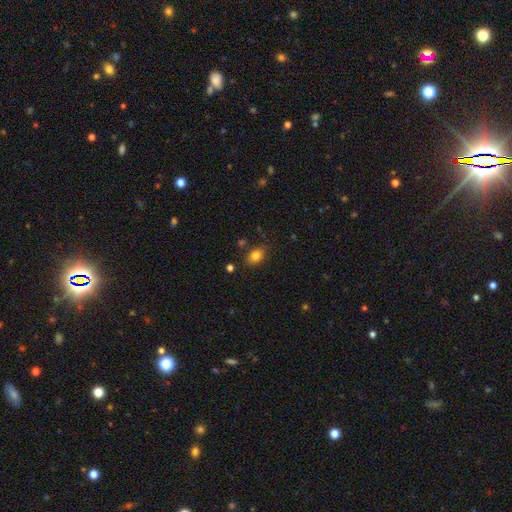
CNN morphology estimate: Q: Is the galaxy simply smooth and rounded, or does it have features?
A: smooth — 81%.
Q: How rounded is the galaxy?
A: in between — 63%.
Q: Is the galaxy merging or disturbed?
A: none — 81%.